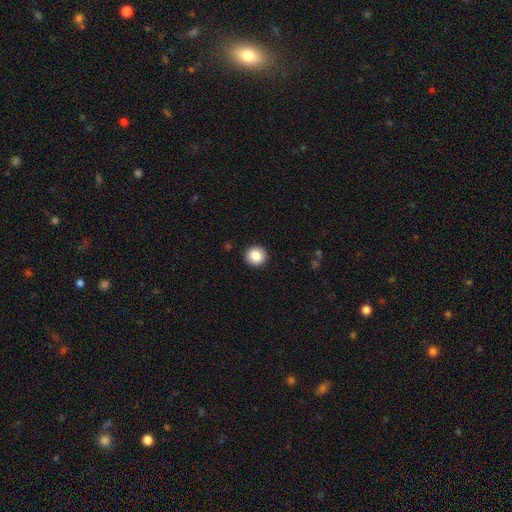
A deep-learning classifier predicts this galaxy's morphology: A smooth galaxy with no disk features (86%) that is round (94%). Merging: none (93%).